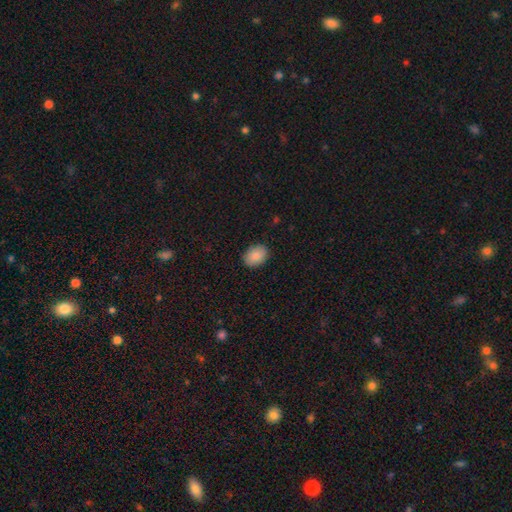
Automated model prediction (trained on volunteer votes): This is clearly a smooth galaxy (88%). How rounded: likely in between (77%). Merging: clearly none (89%).